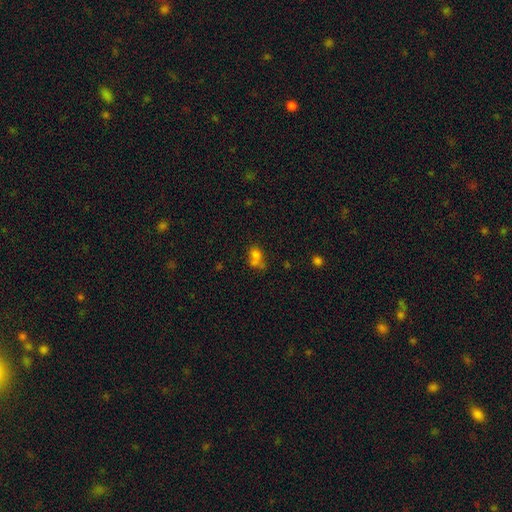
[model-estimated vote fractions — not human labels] smooth-or-featured: smooth: 70% | star or artifact: 17% | featured or disk: 14%
  how-rounded: in between: 55% | round: 43% | cigar-shaped: 2%
  merging: merger: 47% | none: 30% | minor disturbance: 14% | major disturbance: 9%